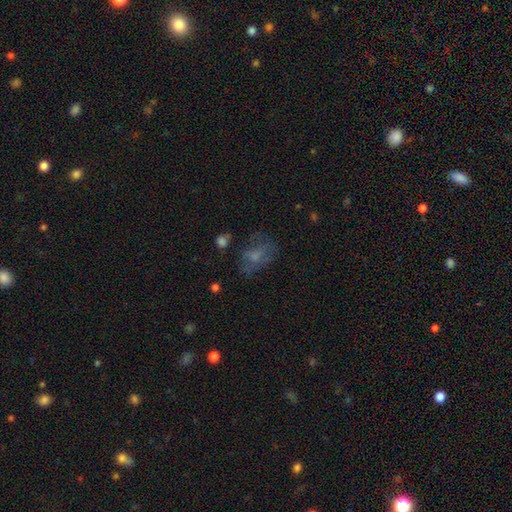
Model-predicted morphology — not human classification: type=smooth (48%); merging=none (49%).